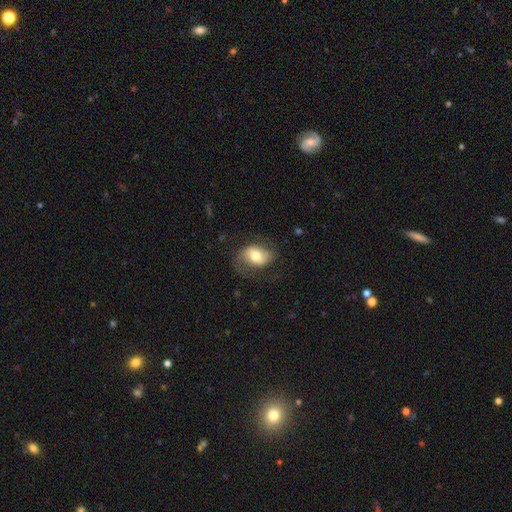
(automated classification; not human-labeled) Smooth or featured: smooth — 50% (featured or disk — 43%)
Merging: none — 61% (minor disturbance — 22%)